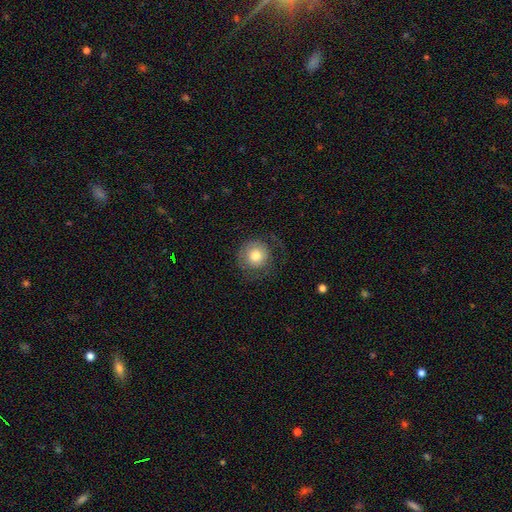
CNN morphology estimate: Q: Smooth or featured?
A: smooth (70%); runner-up: featured or disk (22%)
Q: How rounded?
A: round (94%); runner-up: in between (5%)
Q: Merging?
A: none (66%); runner-up: minor disturbance (17%)